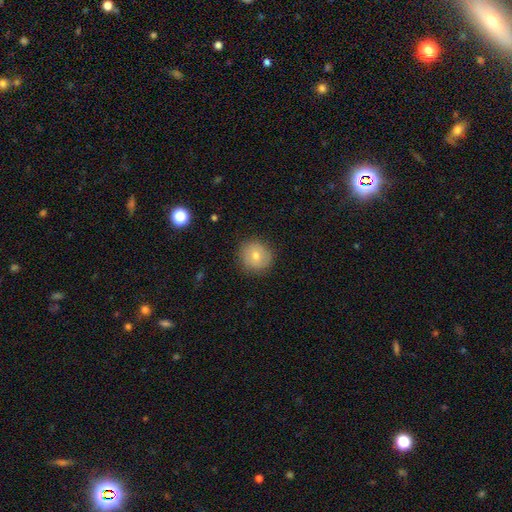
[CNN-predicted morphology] type=smooth (68%); roundness=round (90%); merging=none (87%).